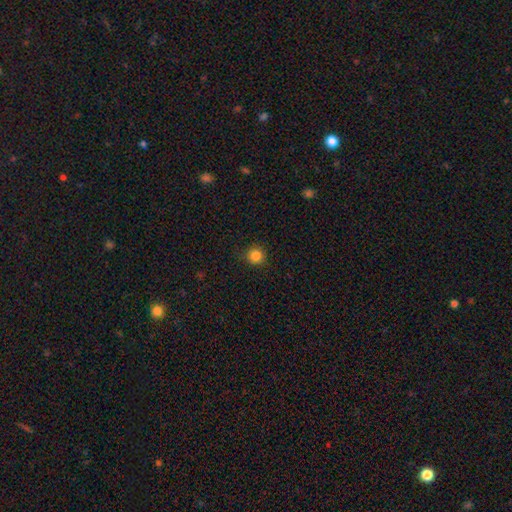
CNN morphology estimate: This is clearly a smooth galaxy (84%). How rounded: clearly round (94%). Merging: clearly none (90%).